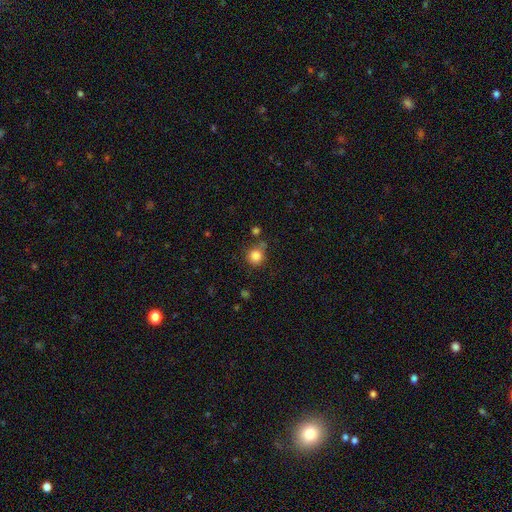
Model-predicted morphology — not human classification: This is clearly a smooth galaxy (85%). How rounded: clearly round (92%). Merging: likely none (74%).